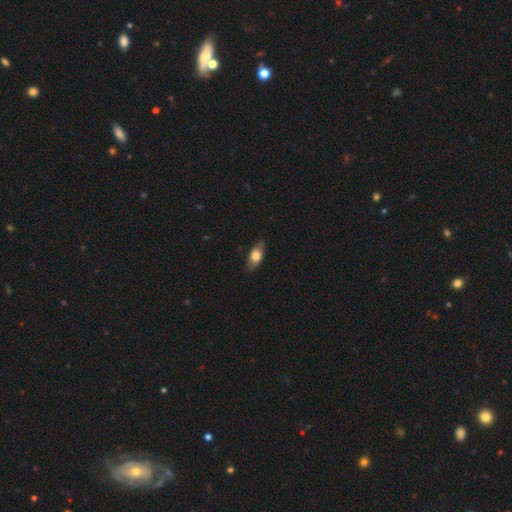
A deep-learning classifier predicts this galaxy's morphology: This is likely a smooth galaxy (71%). How rounded: clearly in between (83%). Merging: likely none (80%).